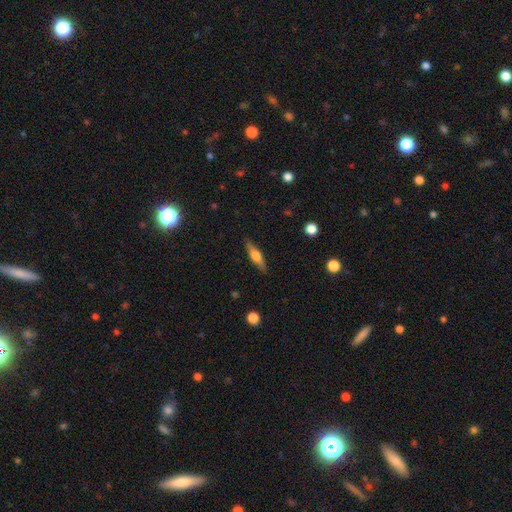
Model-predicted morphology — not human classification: Q: Smooth or featured?
A: featured or disk (53%); runner-up: smooth (41%)
Q: Edge-on disk?
A: yes (95%); runner-up: no (5%)
Q: Edge-on bulge?
A: rounded (87%); runner-up: boxy (9%)
Q: Merging?
A: none (88%); runner-up: minor disturbance (9%)